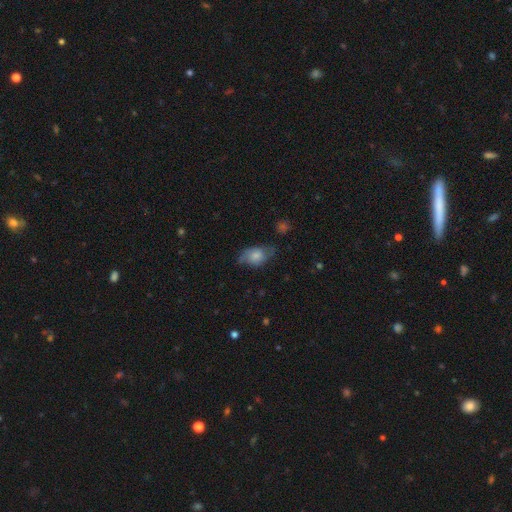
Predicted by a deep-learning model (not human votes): A smooth galaxy with no disk features (57%) that is in between round and cigar-shaped (83%).

Vote fractions:
- Smooth or featured? smooth: 57% / featured or disk: 34% / star or artifact: 8%
- How rounded? in between: 83% / round: 15% / cigar-shaped: 2%
- Merging? none: 53% / minor disturbance: 30% / major disturbance: 14% / merger: 2%